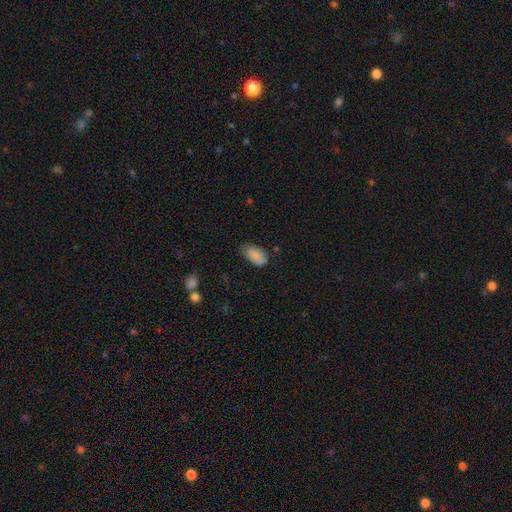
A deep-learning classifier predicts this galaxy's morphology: Smooth or featured? Predicted: smooth (p=0.86). How rounded? Predicted: in between (p=0.93). Merging? Predicted: none (p=0.58).